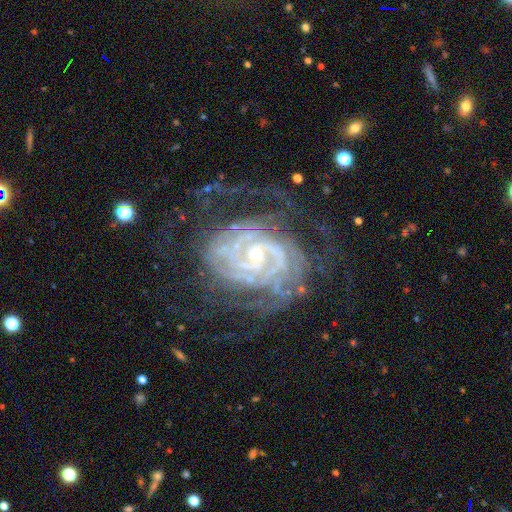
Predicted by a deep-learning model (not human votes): The model was most divided on "spiral arm count": 2: 31%, can't tell: 27%, 3: 15%, 4: 12%, more than 4: 8%, 1: 7%. More confident: spiral arms — yes (97%); edge-on disk — no (97%); smooth or featured — featured or disk (91%); spiral winding — tight (73%); bulge size — small (69%); merging — none (58%); bar — no (54%).